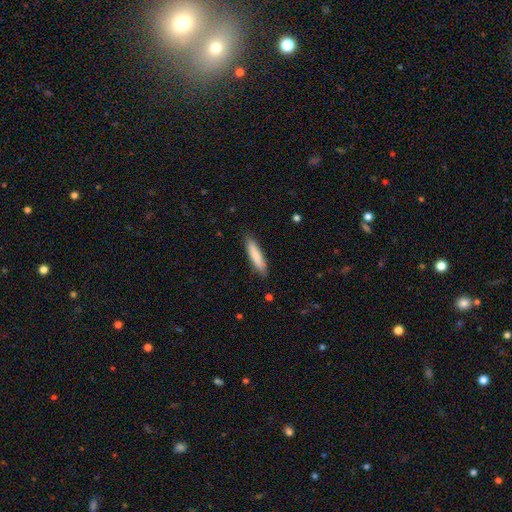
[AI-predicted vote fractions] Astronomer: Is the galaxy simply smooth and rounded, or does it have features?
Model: smooth — 84%.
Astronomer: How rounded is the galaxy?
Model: cigar-shaped — 80%.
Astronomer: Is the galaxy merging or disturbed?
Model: none — 86%.